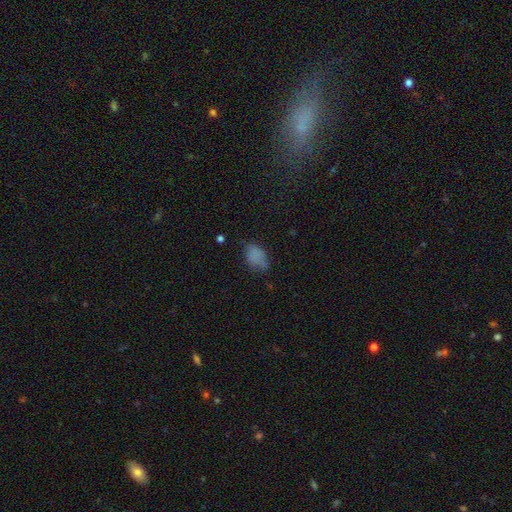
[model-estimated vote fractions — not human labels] Morphology: type=smooth (75%); roundness=in between (85%); merging=none (51%).